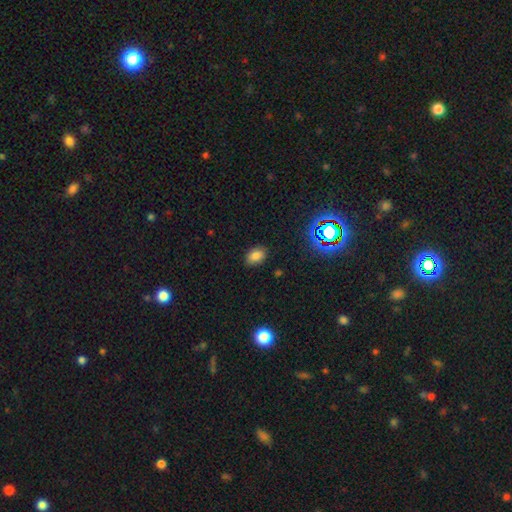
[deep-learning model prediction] Smooth or featured?
  - smooth: 78% *
  - star or artifact: 15%
  - featured or disk: 6%
How rounded?
  - in between: 77% *
  - round: 21%
  - cigar-shaped: 1%
Merging?
  - none: 85% *
  - minor disturbance: 11%
  - major disturbance: 3%
  - merger: 1%